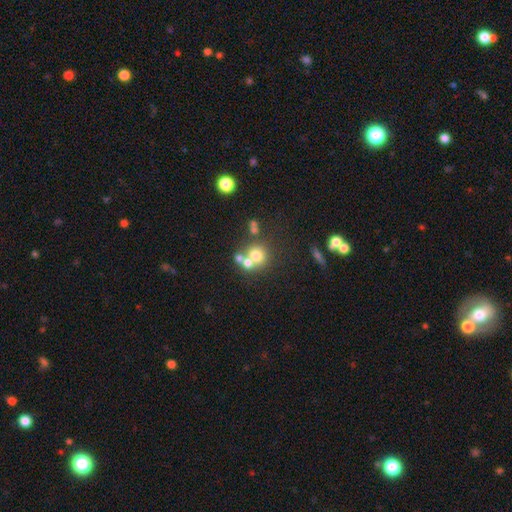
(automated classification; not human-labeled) Morphology: type=smooth (66%); roundness=round (84%); merging=none (45%).